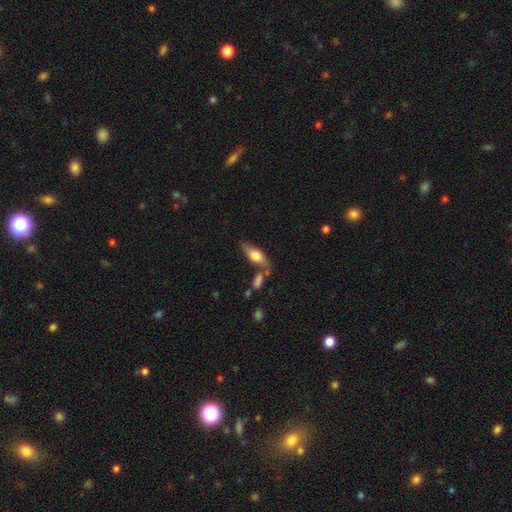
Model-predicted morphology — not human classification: The model was most divided on "smooth or featured": smooth: 59%, featured or disk: 35%, star or artifact: 6%. More confident: how rounded — in between (68%); merging — none (63%).